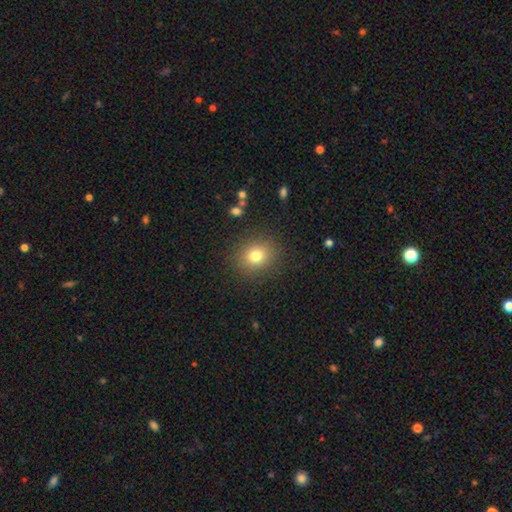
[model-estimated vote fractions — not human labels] Morphology: type=smooth (77%); roundness=round (74%); merging=none (87%).